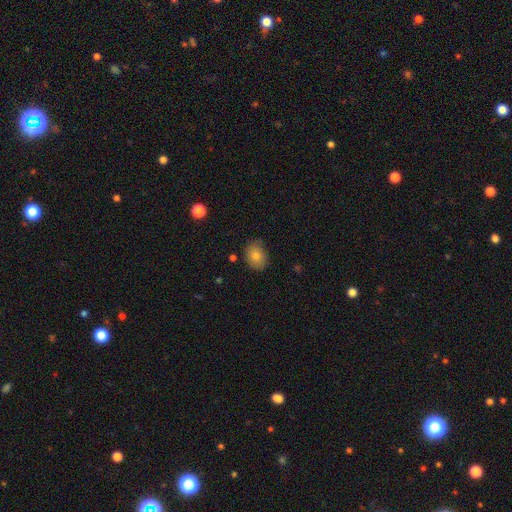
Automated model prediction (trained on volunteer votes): Smooth or featured?
  - smooth: 78% *
  - featured or disk: 12%
  - star or artifact: 10%
How rounded?
  - in between: 56% *
  - round: 43%
  - cigar-shaped: 1%
Merging?
  - none: 76% *
  - minor disturbance: 19%
  - major disturbance: 3%
  - merger: 2%